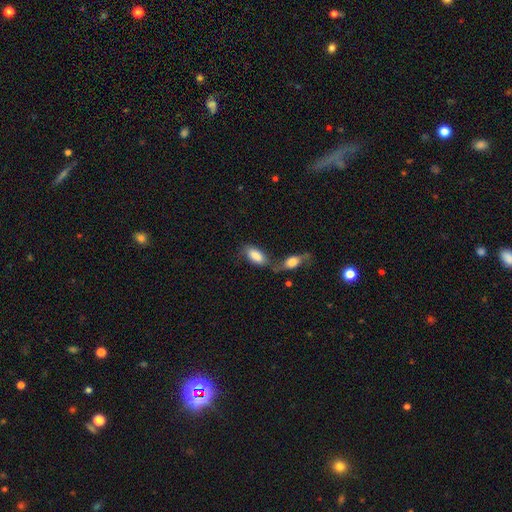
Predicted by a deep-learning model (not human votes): The model was most divided on "merging": merger: 47%, none: 34%, minor disturbance: 12%, major disturbance: 7%. More confident: how rounded — in between (91%); smooth or featured — smooth (81%).